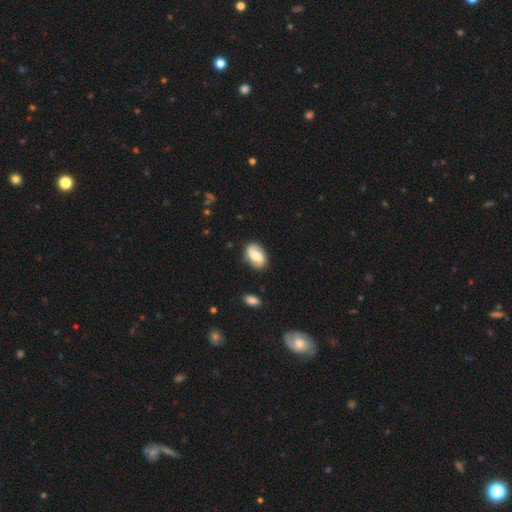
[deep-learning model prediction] Smooth or featured: smooth — 49% (featured or disk — 44%)
Merging: none — 81% (minor disturbance — 14%)